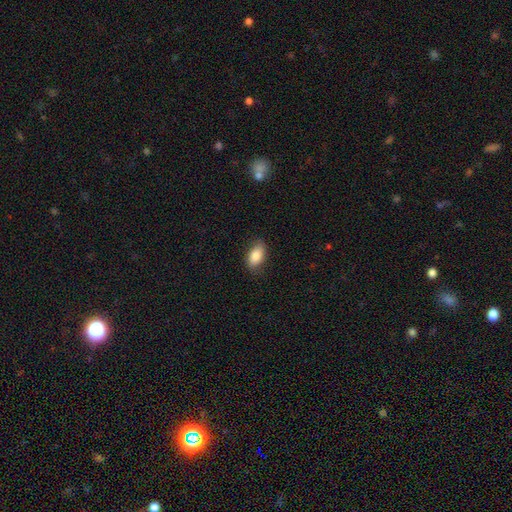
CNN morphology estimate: This appears to be a smooth galaxy with no disk features (84%) that is in between round and cigar-shaped (91%). Merging: none (80%).